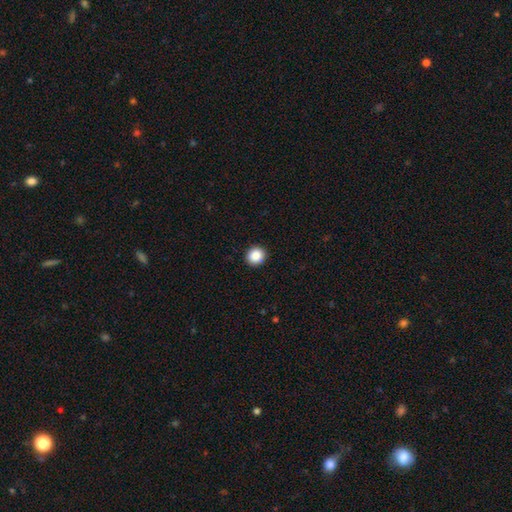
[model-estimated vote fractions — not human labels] This appears to be a smooth galaxy with no disk features (88%) that is round (89%). Merging: none (92%).